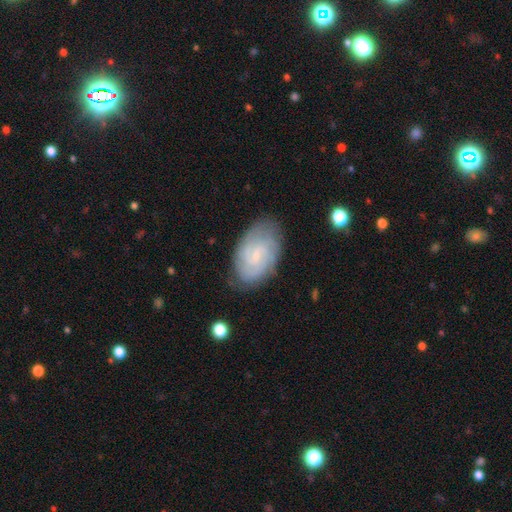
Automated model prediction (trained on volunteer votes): smooth_or_featured: featured or disk (p=0.76) [alt: smooth p=0.18]
disk_edge_on: no (p=0.97) [alt: yes p=0.03]
bar: no (p=0.48) [alt: weak p=0.45]
has_spiral_arms: yes (p=0.95) [alt: no p=0.05]
spiral_winding: tight (p=0.65) [alt: medium p=0.28]
spiral_arm_count: can't tell (p=0.35) [alt: 2 p=0.26]
bulge_size: small (p=0.78) [alt: moderate p=0.13]
merging: none (p=0.78) [alt: minor disturbance p=0.16]